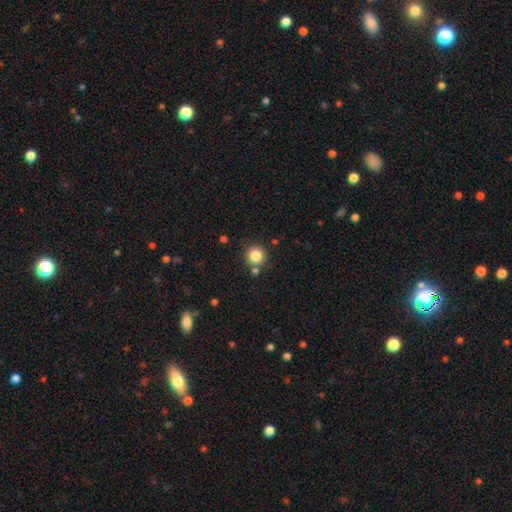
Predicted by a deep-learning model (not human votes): Smooth or featured?
  - smooth: 84% *
  - star or artifact: 11%
  - featured or disk: 5%
How rounded?
  - round: 94% *
  - in between: 5%
  - cigar-shaped: 1%
Merging?
  - none: 77% *
  - merger: 11%
  - minor disturbance: 9%
  - major disturbance: 3%